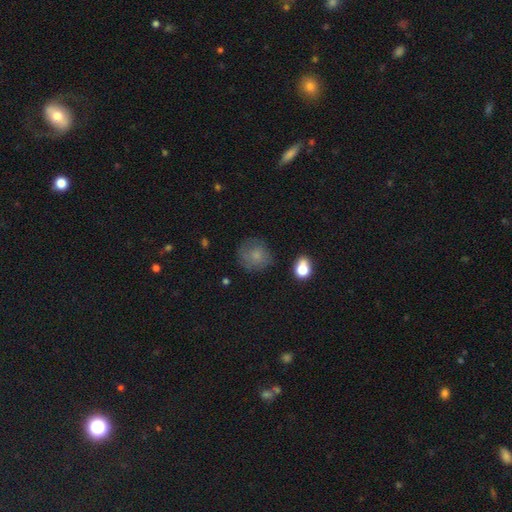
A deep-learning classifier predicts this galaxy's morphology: A smooth galaxy with no disk features (70%) that is round (83%). Merging: none (67%).